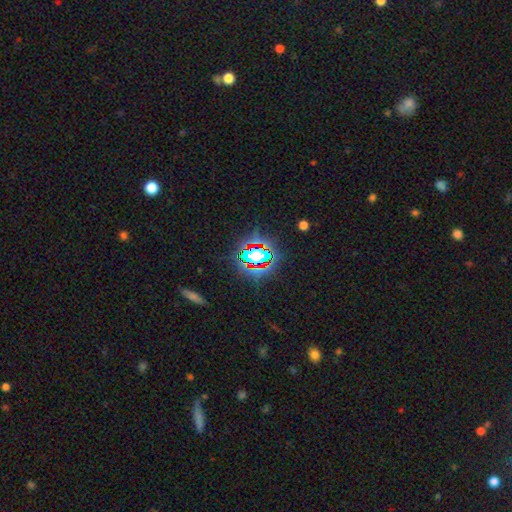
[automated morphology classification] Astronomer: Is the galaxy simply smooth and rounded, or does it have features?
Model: star or artifact — 68%.